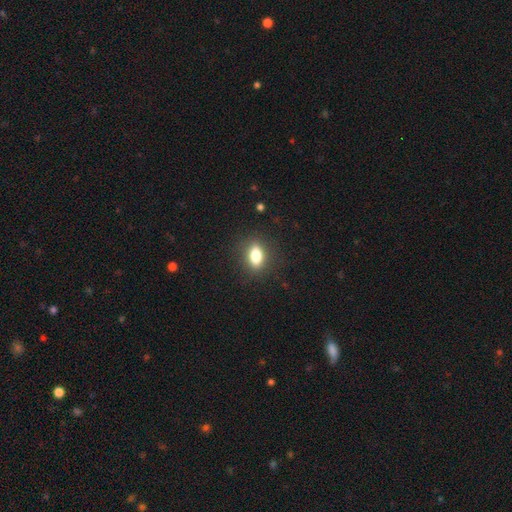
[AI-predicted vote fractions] The model was most divided on "smooth or featured": smooth: 79%, featured or disk: 12%, star or artifact: 9%. More confident: merging — none (87%); how rounded — in between (80%).